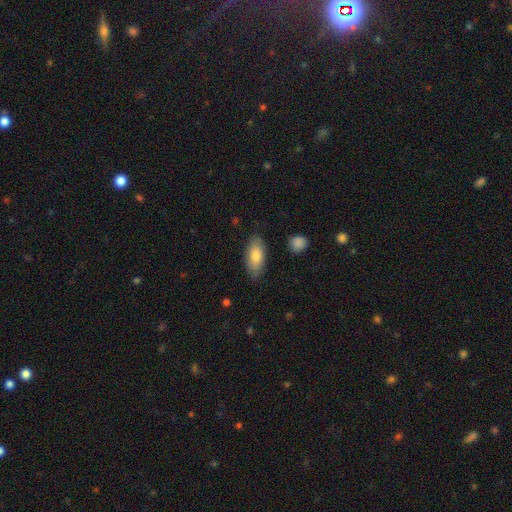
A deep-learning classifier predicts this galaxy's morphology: Smooth or featured: smooth — 81% (featured or disk — 13%)
How rounded: in between — 86% (cigar-shaped — 12%)
Merging: none — 84% (minor disturbance — 12%)